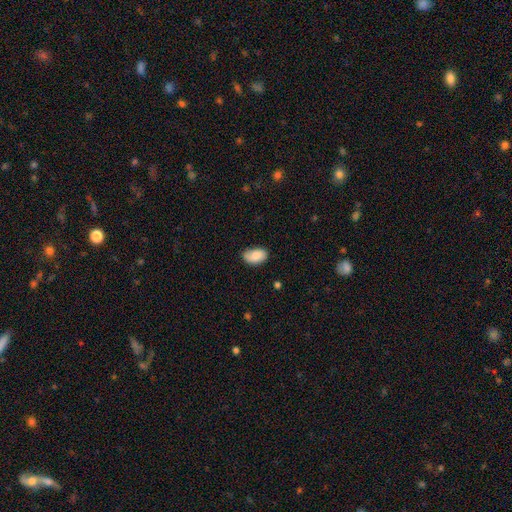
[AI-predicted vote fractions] Overall: smooth (83%). How rounded: in between (91%). Merging: none (71%).